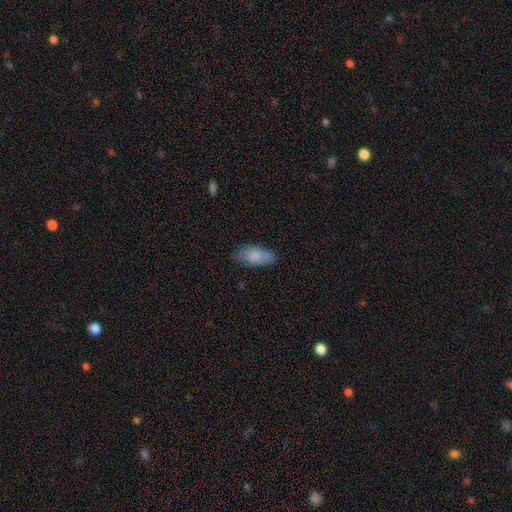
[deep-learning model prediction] Smooth or featured? smooth (81%)
How rounded? in between (88%)
Merging? none (75%)